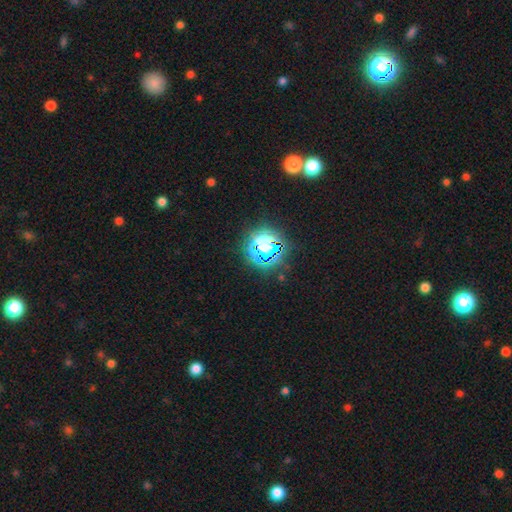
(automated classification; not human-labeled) Smooth or featured: star or artifact — 71% (smooth — 20%)